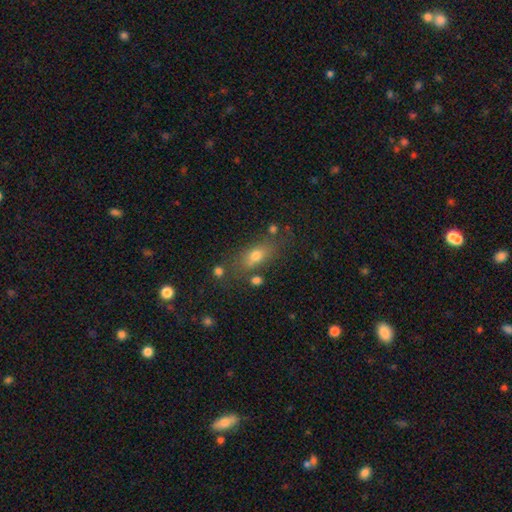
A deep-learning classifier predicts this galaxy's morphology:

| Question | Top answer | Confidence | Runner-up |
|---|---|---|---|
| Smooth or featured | smooth | 68% | featured or disk (19%) |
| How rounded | in between | 73% | cigar-shaped (15%) |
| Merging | none | 69% | minor disturbance (16%) |